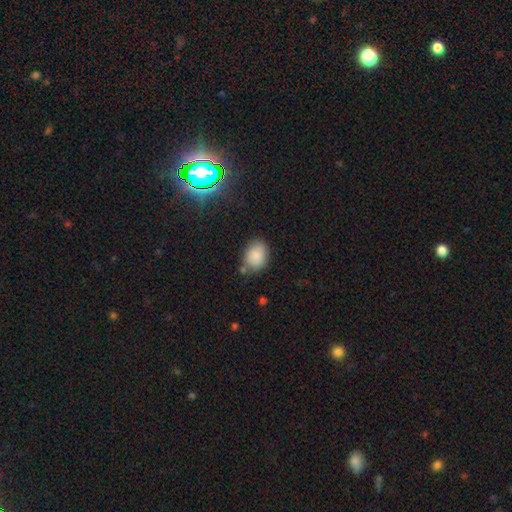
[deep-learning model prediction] Q: Smooth or featured?
A: smooth (84%); runner-up: star or artifact (9%)
Q: How rounded?
A: in between (66%); runner-up: round (33%)
Q: Merging?
A: none (70%); runner-up: minor disturbance (18%)